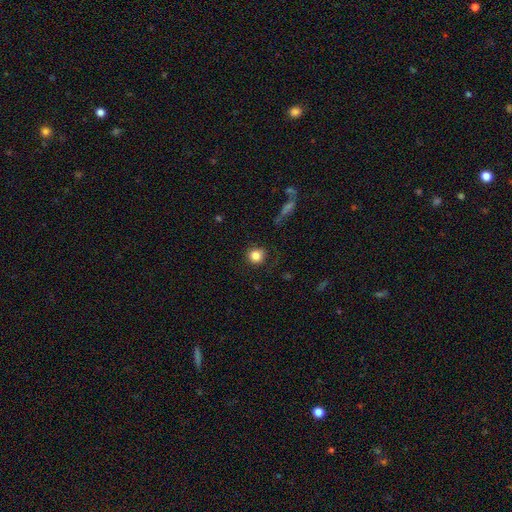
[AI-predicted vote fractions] smooth-or-featured: smooth: 83% | star or artifact: 10% | featured or disk: 7%
  how-rounded: round: 91% | in between: 8% | cigar-shaped: 1%
  merging: none: 82% | minor disturbance: 12% | major disturbance: 5% | merger: 2%